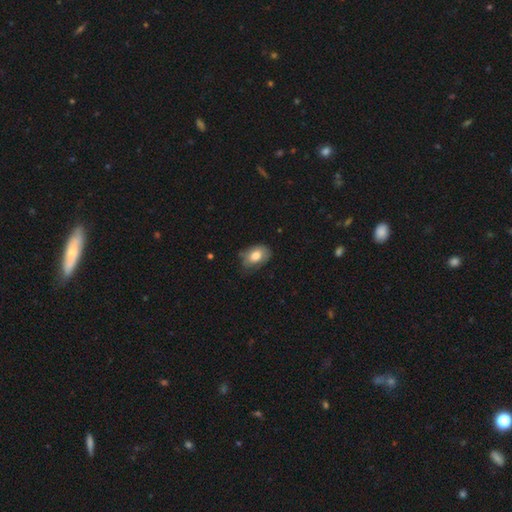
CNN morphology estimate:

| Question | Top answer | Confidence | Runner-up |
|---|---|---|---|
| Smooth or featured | smooth | 73% | featured or disk (19%) |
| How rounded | in between | 81% | round (17%) |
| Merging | none | 55% | minor disturbance (34%) |